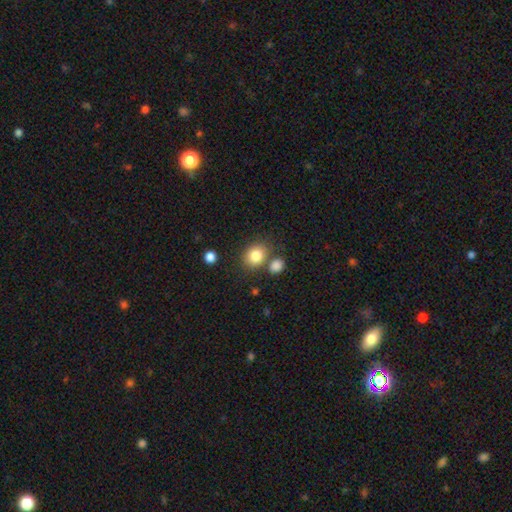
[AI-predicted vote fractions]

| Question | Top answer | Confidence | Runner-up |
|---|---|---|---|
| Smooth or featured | smooth | 84% | star or artifact (9%) |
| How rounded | round | 66% | in between (33%) |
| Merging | none | 67% | merger (17%) |